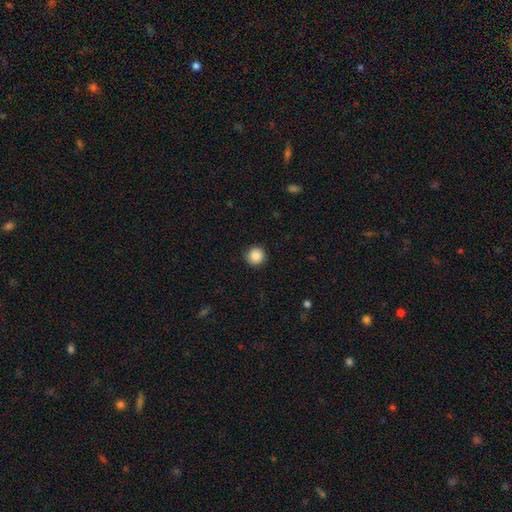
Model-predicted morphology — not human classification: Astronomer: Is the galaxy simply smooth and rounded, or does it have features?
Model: smooth — 88%.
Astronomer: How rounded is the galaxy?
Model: round — 95%.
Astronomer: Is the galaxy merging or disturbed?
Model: none — 91%.